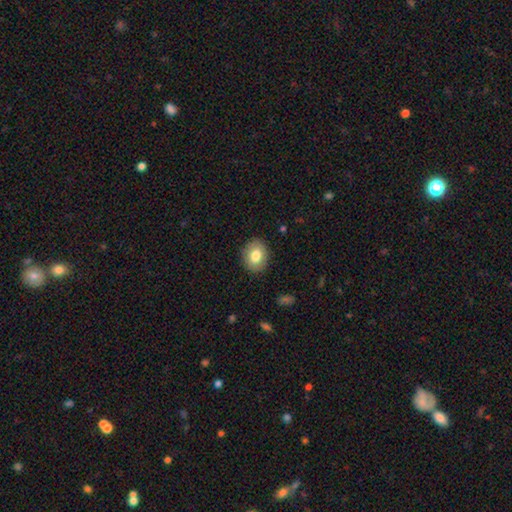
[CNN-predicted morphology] The model was most divided on "how rounded": in between: 55%, round: 44%, cigar-shaped: 1%. More confident: merging — none (88%); smooth or featured — smooth (80%).